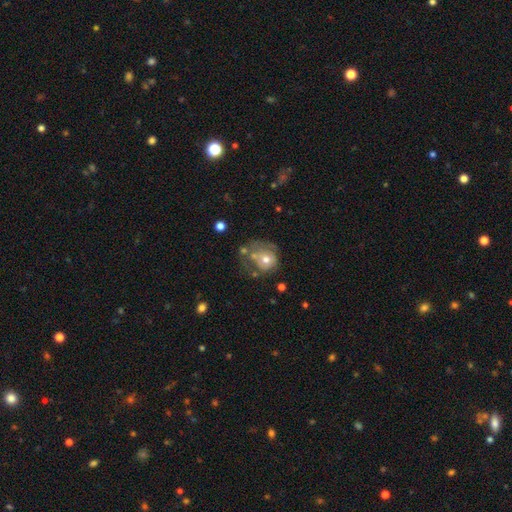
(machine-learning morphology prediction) A smooth galaxy with no disk features (54%) that is round (71%). Merging: major disturbance (31%, tied with none).